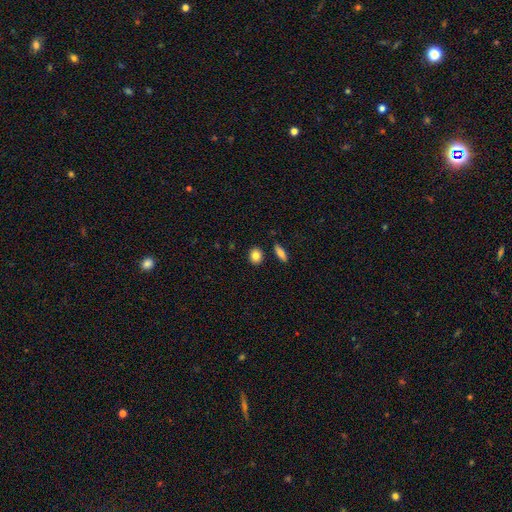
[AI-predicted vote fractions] A smooth galaxy with no disk features (84%) that is round (59%).

Vote fractions:
- Smooth or featured? smooth: 84% / star or artifact: 9% / featured or disk: 7%
- How rounded? round: 59% / in between: 39% / cigar-shaped: 2%
- Merging? none: 86% / minor disturbance: 8% / merger: 4% / major disturbance: 2%